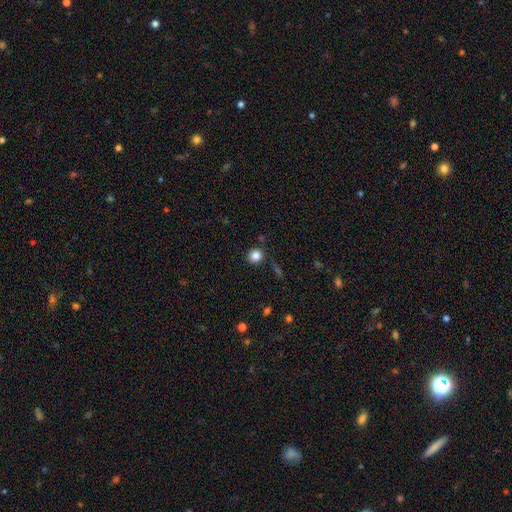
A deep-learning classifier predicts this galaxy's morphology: smooth_or_featured: smooth (p=0.84) [alt: star or artifact p=0.11]
how_rounded: round (p=0.87) [alt: in between p=0.12]
merging: none (p=0.86) [alt: minor disturbance p=0.08]